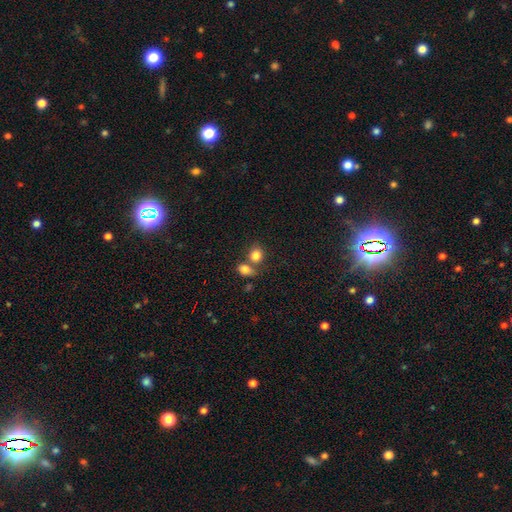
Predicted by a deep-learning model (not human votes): This appears to be a smooth galaxy with no disk features (83%) that is round (66%). Merging: none (45%).